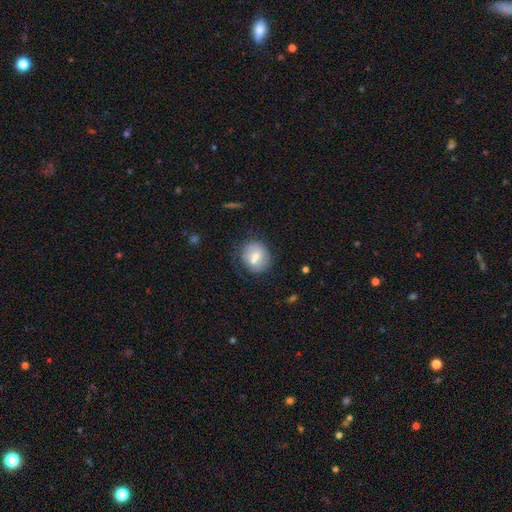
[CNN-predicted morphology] This is likely a smooth galaxy (66%). How rounded: clearly round (82%). Merging: likely none (63%).